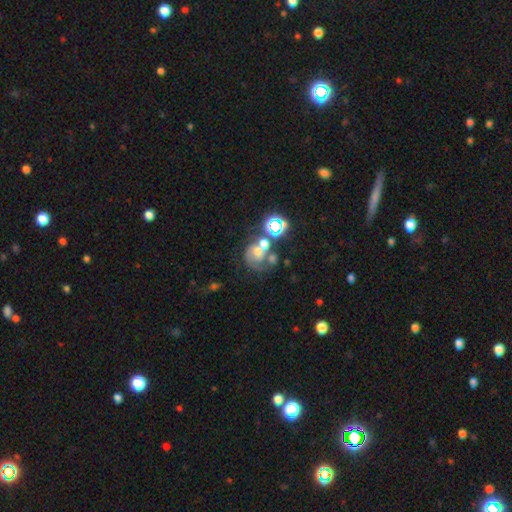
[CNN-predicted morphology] Smooth or featured: featured or disk — 48% (star or artifact — 27%)
Merging: none — 33% (merger — 31%)